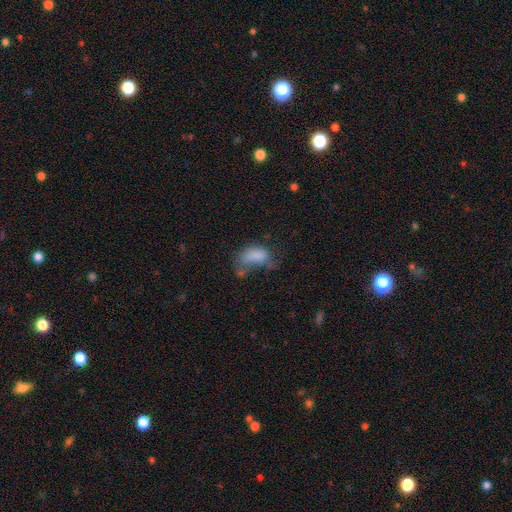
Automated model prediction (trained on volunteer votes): A smooth galaxy with no disk features (74%) that is in between round and cigar-shaped (91%). Merging: major disturbance (42%).